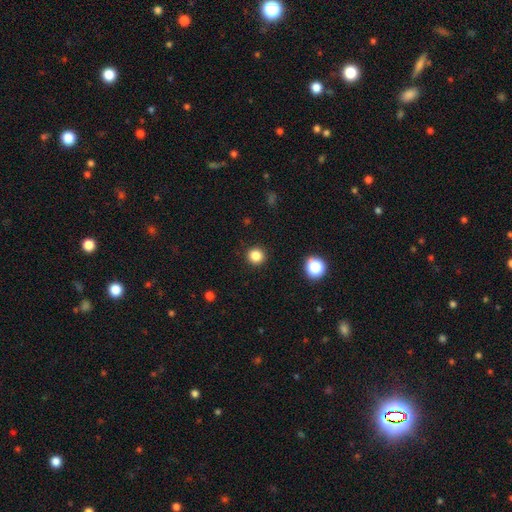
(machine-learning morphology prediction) Smooth or featured?
  - smooth: 84% *
  - star or artifact: 12%
  - featured or disk: 4%
How rounded?
  - round: 93% *
  - in between: 6%
  - cigar-shaped: 1%
Merging?
  - none: 92% *
  - minor disturbance: 5%
  - major disturbance: 2%
  - merger: 1%